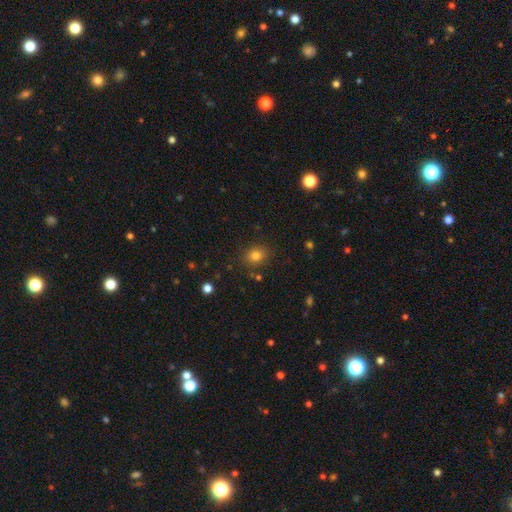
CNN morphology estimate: A smooth galaxy with no disk features (81%) that is round (70%).

Vote fractions:
- Smooth or featured? smooth: 81% / star or artifact: 13% / featured or disk: 6%
- How rounded? round: 70% / in between: 29% / cigar-shaped: 1%
- Merging? none: 84% / minor disturbance: 10% / major disturbance: 3% / merger: 3%